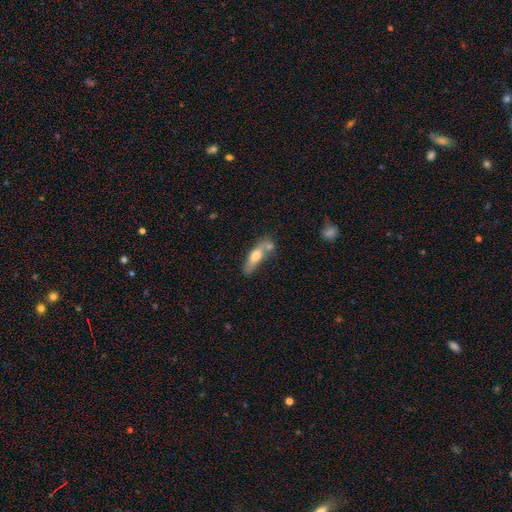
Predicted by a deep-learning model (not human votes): Morphology: type=smooth (59%); roundness=cigar-shaped (62%); merging=none (50%).